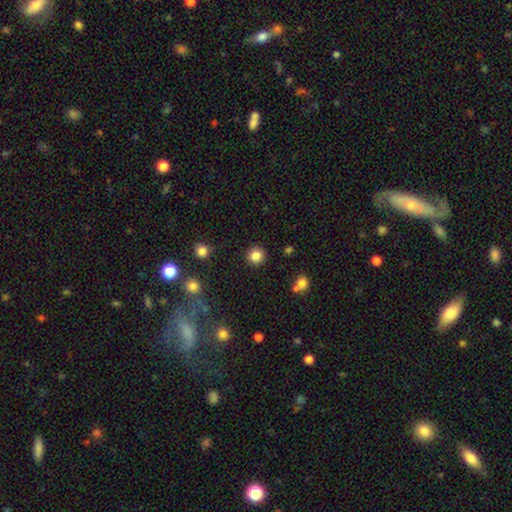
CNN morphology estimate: Smooth or featured? smooth (84%)
How rounded? round (93%)
Merging? none (91%)